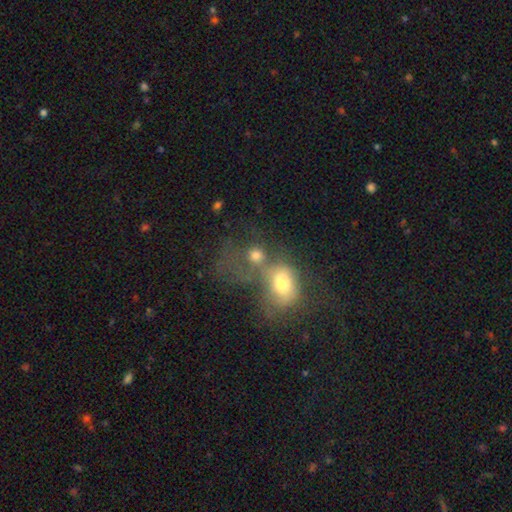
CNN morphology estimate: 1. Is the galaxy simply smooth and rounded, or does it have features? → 65% smooth, 20% featured or disk, 15% star or artifact.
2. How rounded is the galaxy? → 63% round, 36% in between, 2% cigar-shaped.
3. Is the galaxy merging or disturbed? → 59% merger, 22% none, 11% major disturbance, 8% minor disturbance.